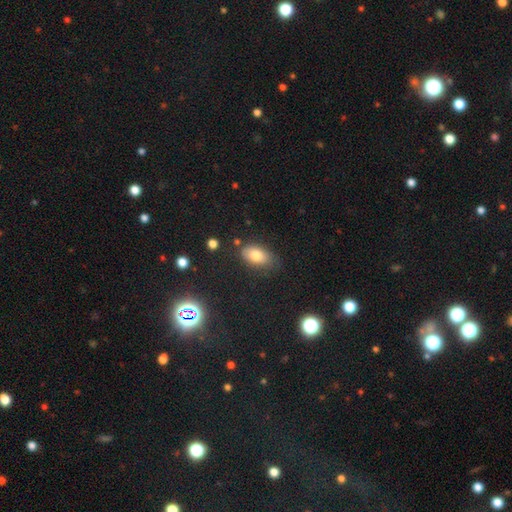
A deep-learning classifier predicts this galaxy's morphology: smooth-or-featured: smooth: 78% | featured or disk: 12% | star or artifact: 10%
  how-rounded: in between: 89% | round: 8% | cigar-shaped: 2%
  merging: none: 69% | minor disturbance: 23% | major disturbance: 5% | merger: 3%